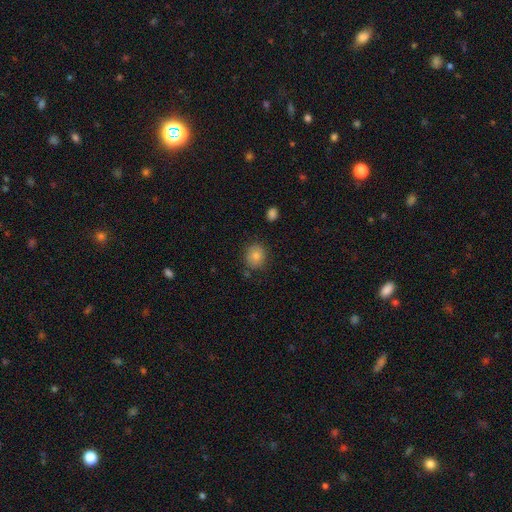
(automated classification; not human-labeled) Smooth or featured? Predicted: smooth (p=0.76). How rounded? Predicted: round (p=0.79). Merging? Predicted: none (p=0.82).